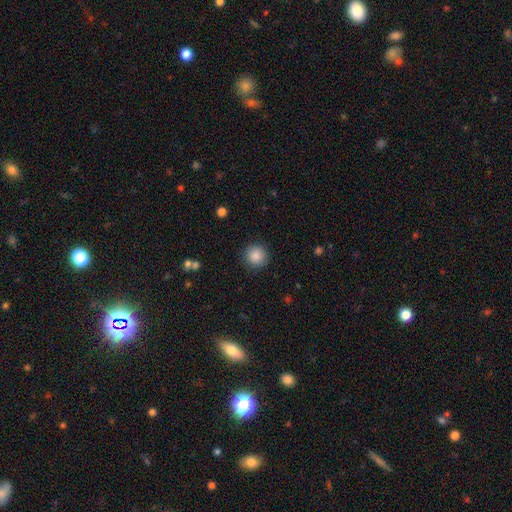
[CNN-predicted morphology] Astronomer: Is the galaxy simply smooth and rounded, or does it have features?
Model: smooth — 87%.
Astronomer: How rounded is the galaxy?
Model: round — 94%.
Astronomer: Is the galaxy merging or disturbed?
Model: none — 90%.